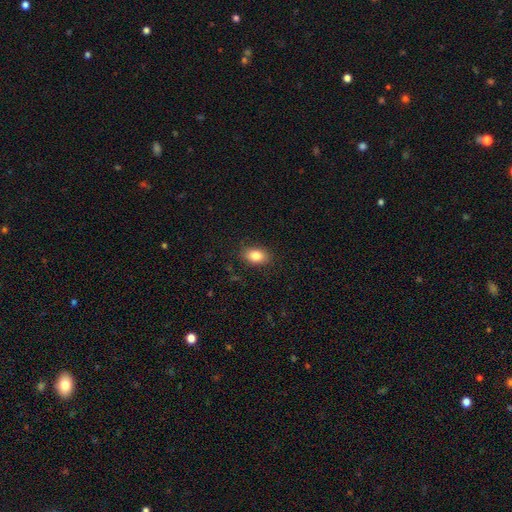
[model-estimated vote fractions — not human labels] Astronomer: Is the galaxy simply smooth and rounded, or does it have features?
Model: smooth — 84%.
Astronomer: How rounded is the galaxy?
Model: in between — 84%.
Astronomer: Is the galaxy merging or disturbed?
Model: none — 86%.